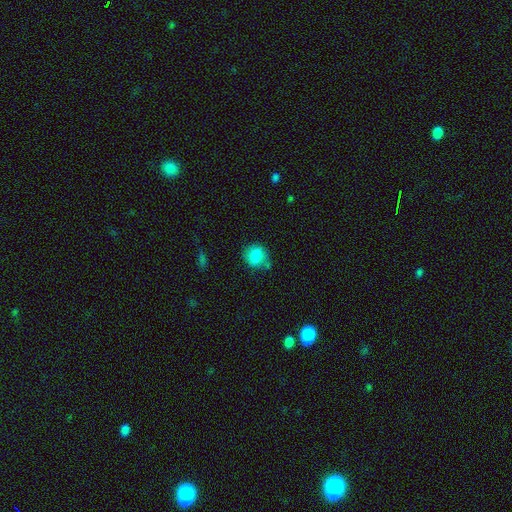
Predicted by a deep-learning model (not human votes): Smooth or featured: smooth — 82% (featured or disk — 9%)
How rounded: round — 69% (in between — 30%)
Merging: none — 68% (minor disturbance — 20%)